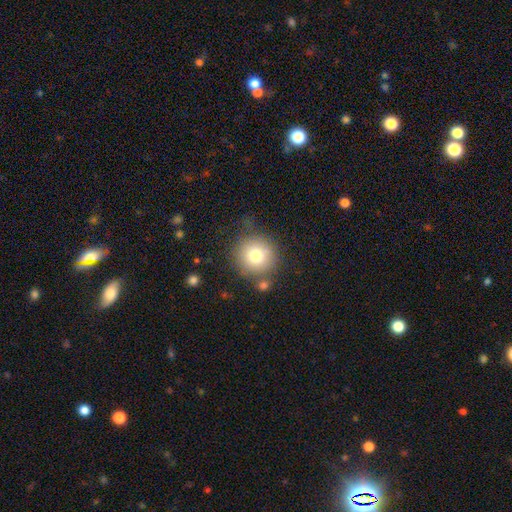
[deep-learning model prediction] smooth-or-featured: smooth: 77% | featured or disk: 12% | star or artifact: 11%
  how-rounded: round: 94% | in between: 5% | cigar-shaped: 1%
  merging: none: 75% | minor disturbance: 13% | merger: 6% | major disturbance: 5%